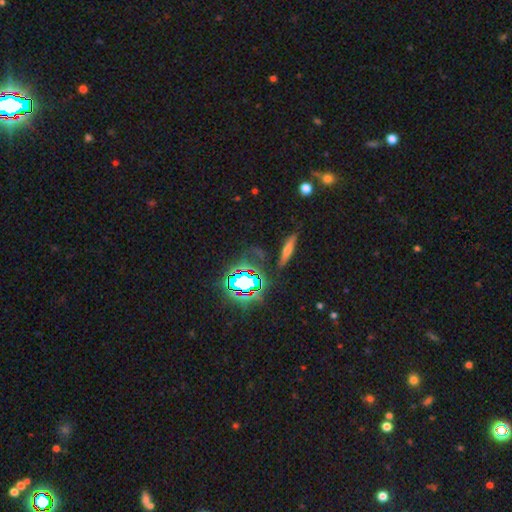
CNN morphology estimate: star or artifact 63%, featured or disk 19%, smooth 18%.